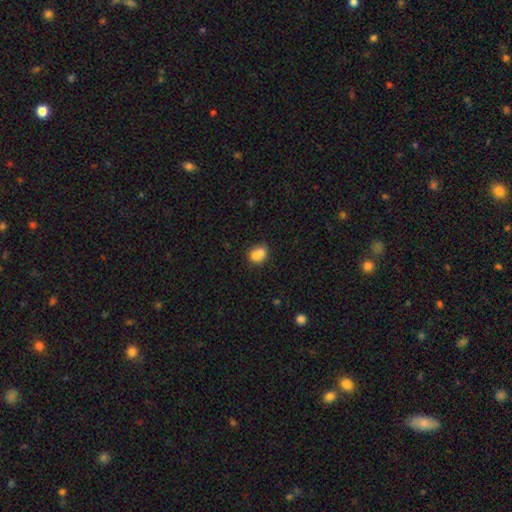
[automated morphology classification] Q: Smooth or featured?
A: smooth (73%); runner-up: featured or disk (17%)
Q: How rounded?
A: round (60%); runner-up: in between (39%)
Q: Merging?
A: merger (56%); runner-up: none (31%)